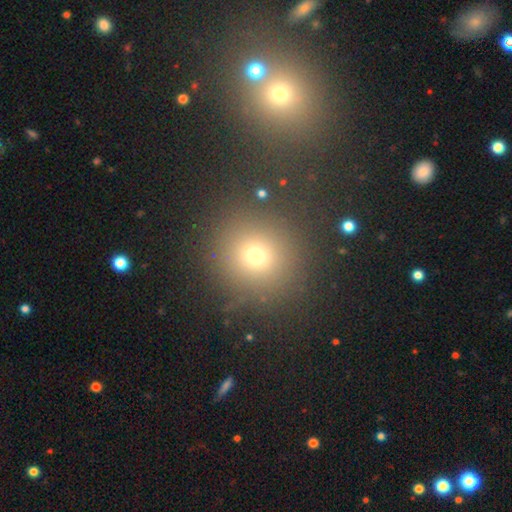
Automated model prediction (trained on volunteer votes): Smooth or featured? Predicted: smooth (p=0.69). How rounded? Predicted: round (p=0.92). Merging? Predicted: none (p=0.83).